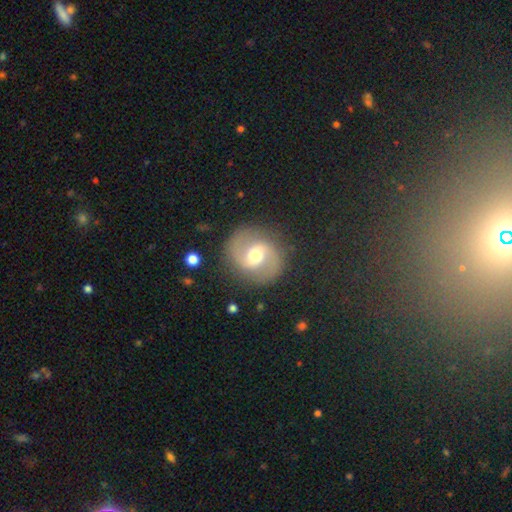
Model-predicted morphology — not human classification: A featured or disk galaxy (77%) with a weak bar (50%), 2 (93%) medium (54%) spiral arms (91%) and a moderate central bulge (71%). Merging: none (85%).